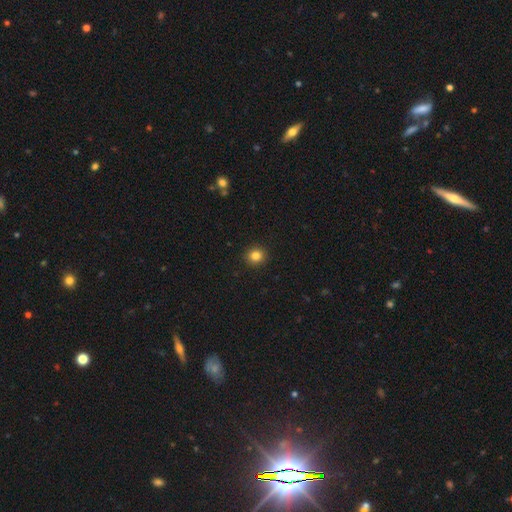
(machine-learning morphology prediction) Overall: smooth (84%). How rounded: round (87%). Merging: none (92%).